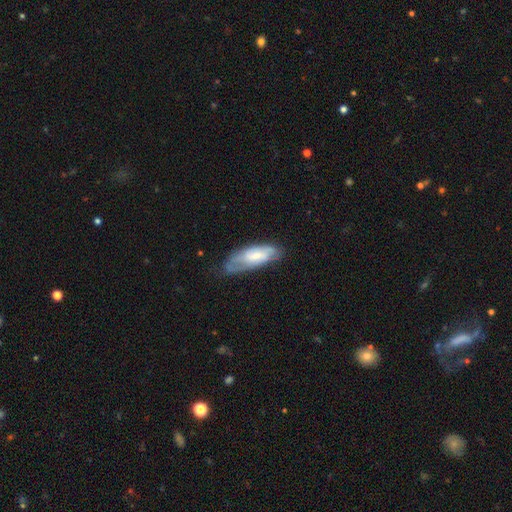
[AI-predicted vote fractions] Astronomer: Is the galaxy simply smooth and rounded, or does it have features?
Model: featured or disk — 53% (runner-up: smooth, 41%).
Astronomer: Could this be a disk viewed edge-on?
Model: no — 84%.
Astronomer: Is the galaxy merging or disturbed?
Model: none — 56%.